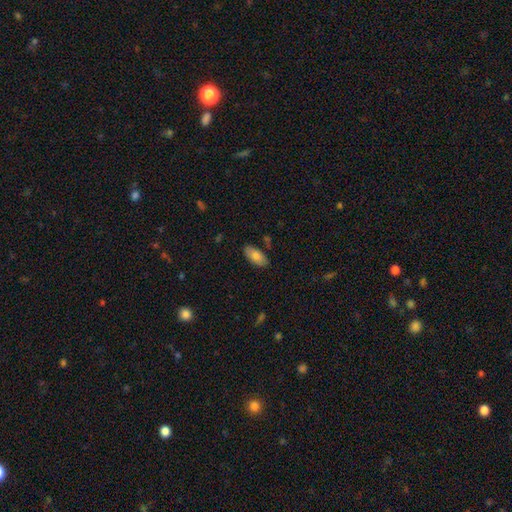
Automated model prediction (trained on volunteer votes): Smooth or featured: smooth — 77% (featured or disk — 16%)
How rounded: in between — 92% (cigar-shaped — 6%)
Merging: none — 84% (minor disturbance — 12%)